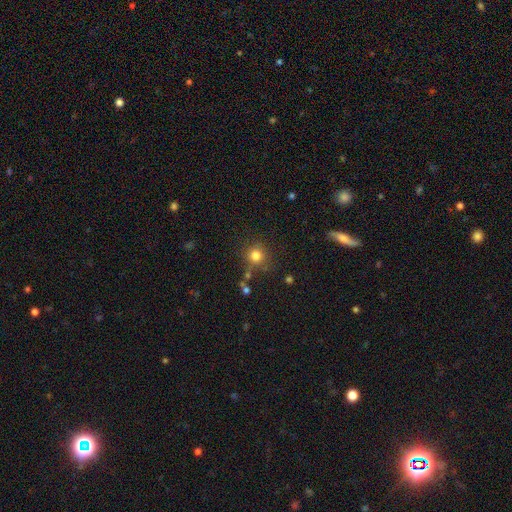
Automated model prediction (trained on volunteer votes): The model was most divided on "smooth or featured": smooth: 79%, star or artifact: 14%, featured or disk: 7%. More confident: how rounded — round (92%); merging — none (78%).